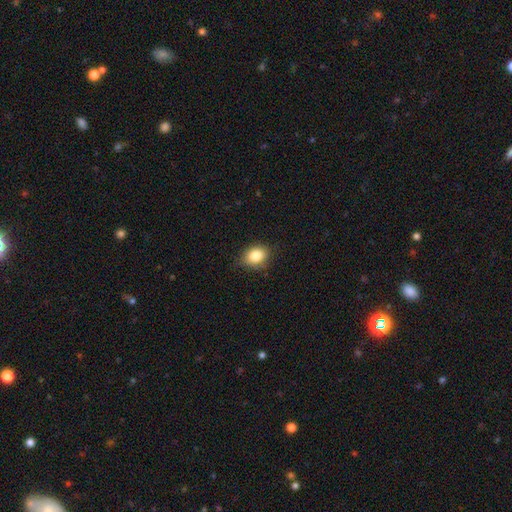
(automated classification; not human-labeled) smooth 83%, star or artifact 9%, featured or disk 8%. Down the decision tree: how rounded — in between (60%); merging — none (80%).